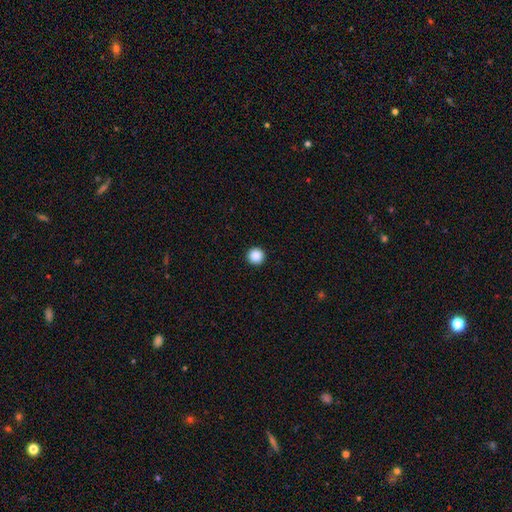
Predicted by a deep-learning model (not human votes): smooth-or-featured: smooth: 88% | star or artifact: 10% | featured or disk: 2%
  how-rounded: round: 97% | in between: 2% | cigar-shaped: 1%
  merging: none: 94% | minor disturbance: 4% | major disturbance: 1% | merger: 1%